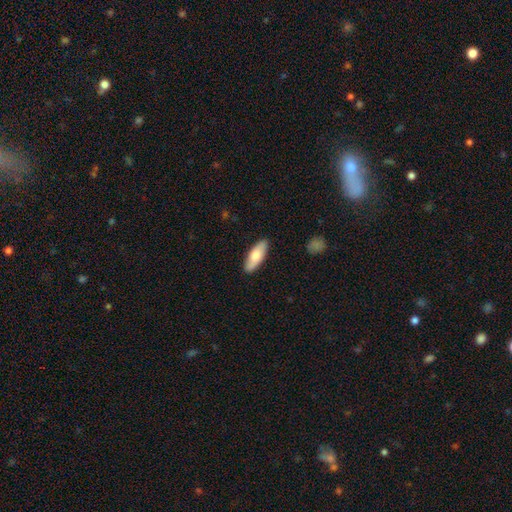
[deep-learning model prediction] Smooth or featured? smooth (75%)
How rounded? in between (70%)
Merging? none (89%)